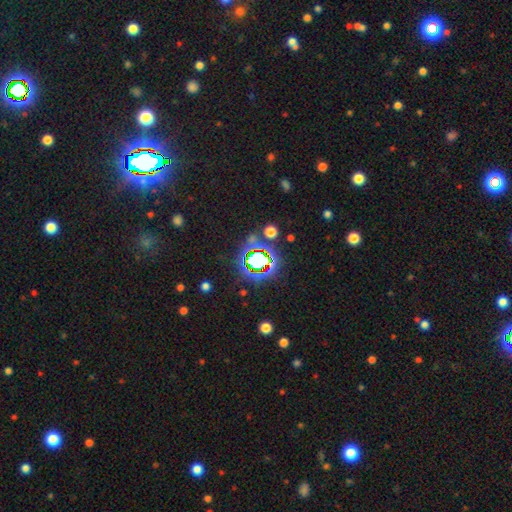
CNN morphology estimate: A star or artifact, not a galaxy (74%).